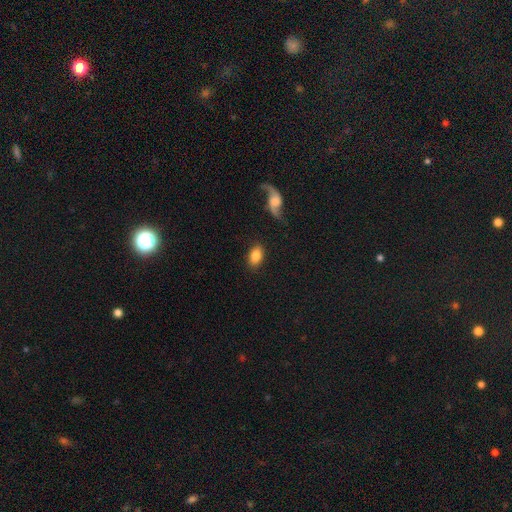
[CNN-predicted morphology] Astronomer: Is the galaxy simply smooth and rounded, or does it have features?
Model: smooth — 82%.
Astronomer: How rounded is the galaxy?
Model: in between — 86%.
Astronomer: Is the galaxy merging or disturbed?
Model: none — 83%.